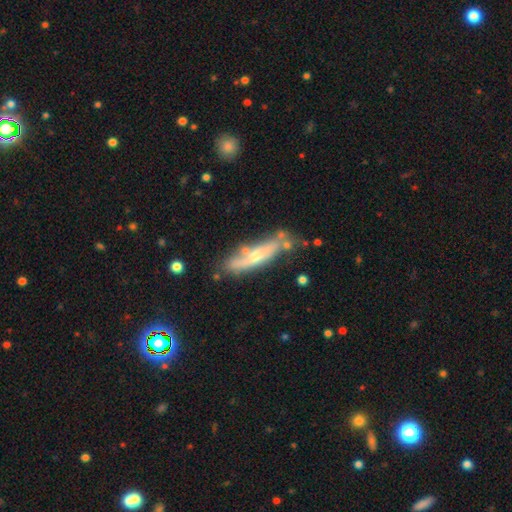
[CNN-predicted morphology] Overall: featured or disk (52%; smooth 40%). Edge-on disk: yes (63%; no 37%). Merging: none (55%; minor disturbance 23%).